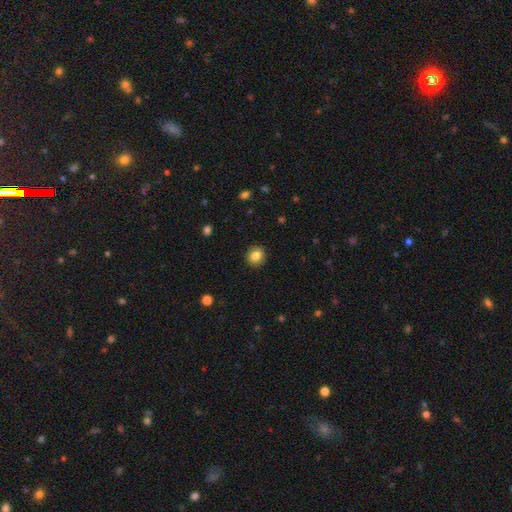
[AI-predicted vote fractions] Q: Smooth or featured?
A: smooth (84%); runner-up: star or artifact (9%)
Q: How rounded?
A: round (80%); runner-up: in between (19%)
Q: Merging?
A: none (91%); runner-up: minor disturbance (6%)